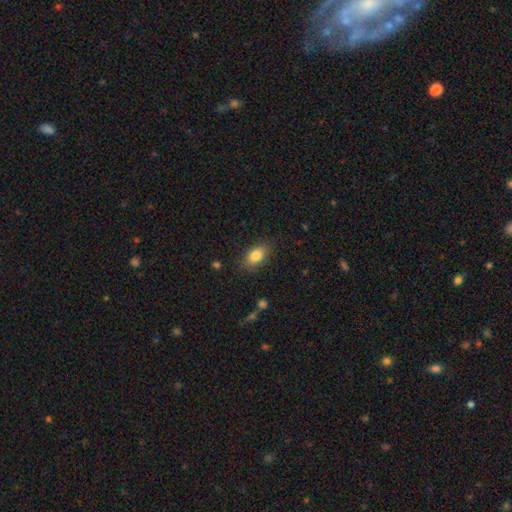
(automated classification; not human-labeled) A smooth galaxy with no disk features (83%) that is in between round and cigar-shaped (86%). Merging: none (84%).